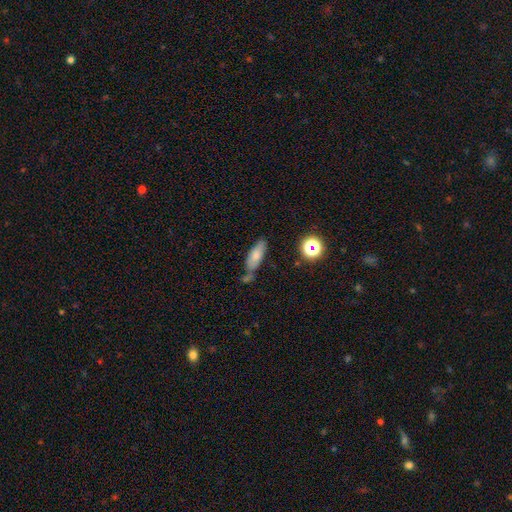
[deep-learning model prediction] This is likely a smooth galaxy (70%). How rounded: likely in between (62%). Merging: possibly none (56%).